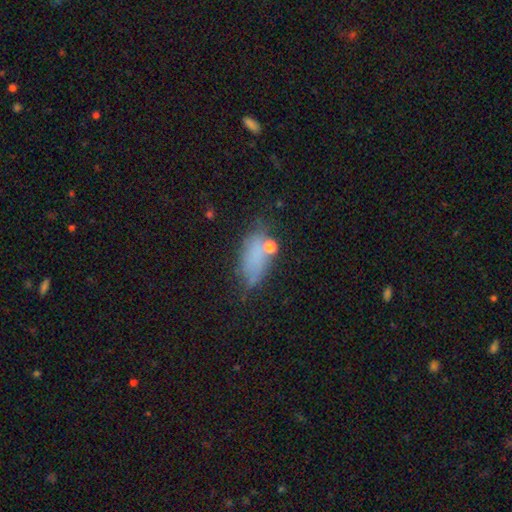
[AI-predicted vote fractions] Q: Smooth or featured?
A: smooth (66%); runner-up: featured or disk (17%)
Q: How rounded?
A: in between (81%); runner-up: cigar-shaped (13%)
Q: Merging?
A: none (55%); runner-up: minor disturbance (26%)